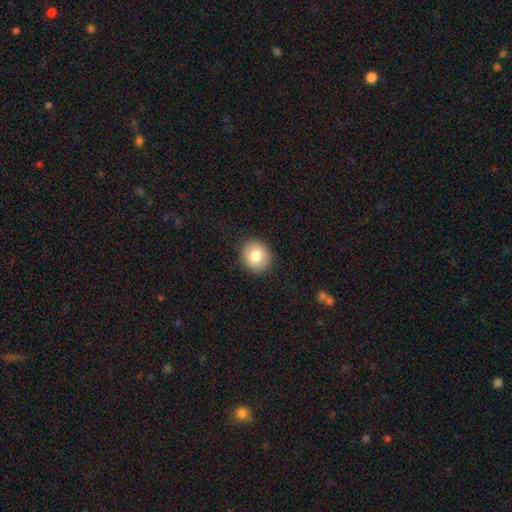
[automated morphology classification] The model was most divided on "how rounded": round: 75%, in between: 24%, cigar-shaped: 1%. More confident: merging — none (90%); smooth or featured — smooth (81%).